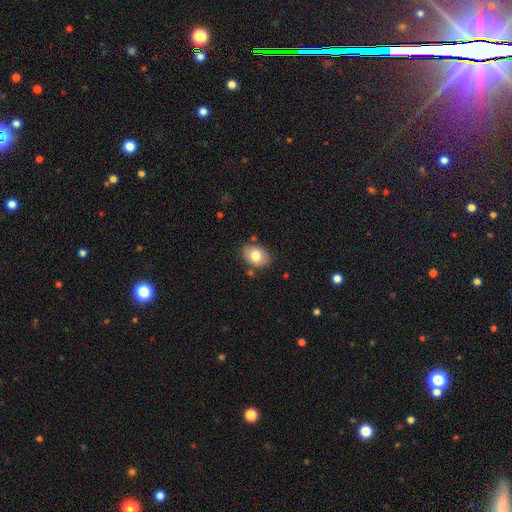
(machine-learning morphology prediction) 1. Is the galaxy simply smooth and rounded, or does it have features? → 78% smooth, 13% featured or disk, 8% star or artifact.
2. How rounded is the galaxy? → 70% in between, 29% round, 1% cigar-shaped.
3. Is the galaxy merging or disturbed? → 80% none, 14% minor disturbance, 4% merger, 3% major disturbance.